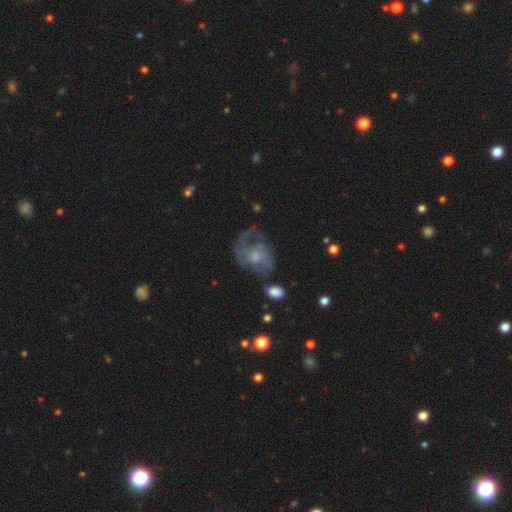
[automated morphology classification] smooth_or_featured: featured or disk (p=0.70) [alt: smooth p=0.21]
disk_edge_on: no (p=0.97) [alt: yes p=0.03]
bar: no (p=0.76) [alt: weak p=0.21]
has_spiral_arms: yes (p=0.71) [alt: no p=0.29]
bulge_size: moderate (p=0.42) [alt: small p=0.39]
merging: none (p=0.42) [alt: major disturbance p=0.31]